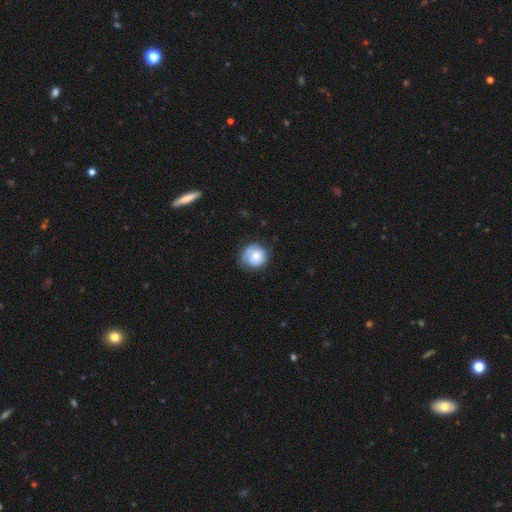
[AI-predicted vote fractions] smooth_or_featured: smooth (p=0.68) [alt: featured or disk p=0.24]
how_rounded: round (p=0.89) [alt: in between p=0.10]
merging: none (p=0.72) [alt: minor disturbance p=0.21]